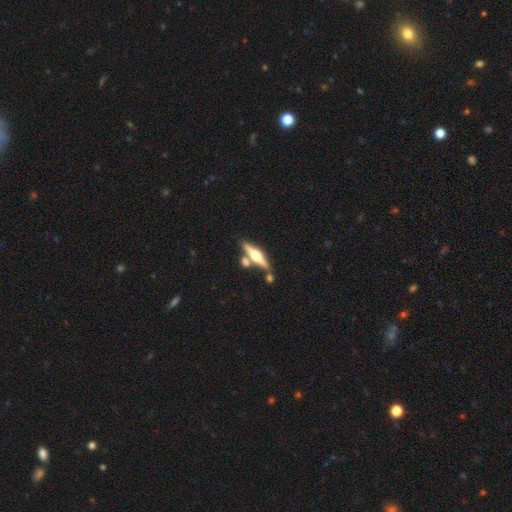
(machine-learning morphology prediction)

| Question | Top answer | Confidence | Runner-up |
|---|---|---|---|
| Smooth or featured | featured or disk | 70% | smooth (24%) |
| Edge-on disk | yes | 96% | no (4%) |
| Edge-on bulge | rounded | 94% | boxy (4%) |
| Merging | none | 71% | merger (15%) |